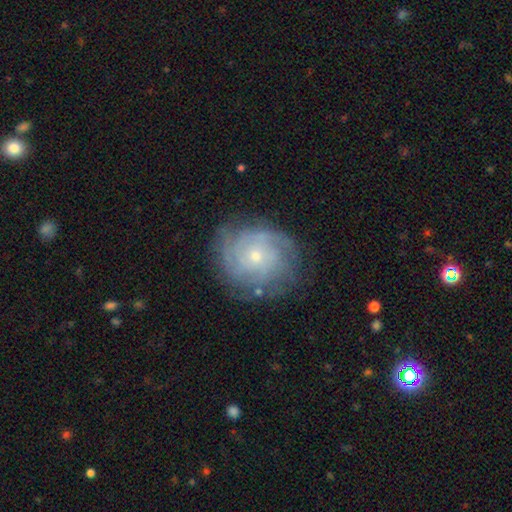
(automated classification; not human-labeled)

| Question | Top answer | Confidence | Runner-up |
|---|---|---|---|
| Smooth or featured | featured or disk | 80% | smooth (13%) |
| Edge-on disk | no | 97% | yes (3%) |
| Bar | no | 80% | weak (17%) |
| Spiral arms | yes | 93% | no (7%) |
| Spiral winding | tight | 72% | medium (23%) |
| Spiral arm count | can't tell | 38% | 3 (19%) |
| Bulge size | small | 71% | moderate (26%) |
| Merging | none | 75% | minor disturbance (17%) |